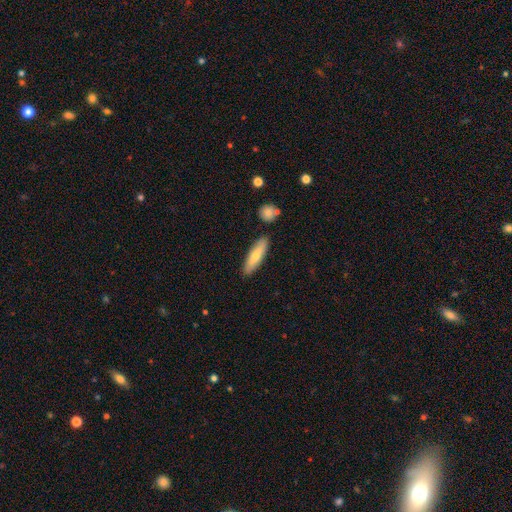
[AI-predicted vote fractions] smooth 68%, featured or disk 26%, star or artifact 6%. Down the decision tree: how rounded — cigar-shaped (67%); merging — none (86%).